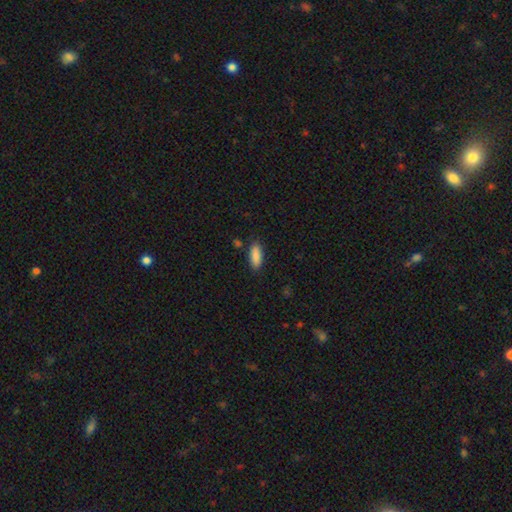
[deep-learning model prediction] Smooth or featured: smooth — 89% (star or artifact — 7%)
How rounded: in between — 73% (cigar-shaped — 25%)
Merging: none — 83% (minor disturbance — 12%)